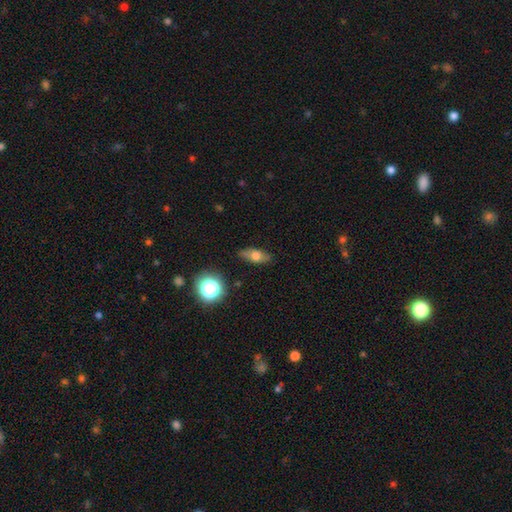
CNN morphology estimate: The model was most divided on "smooth or featured": smooth: 62%, featured or disk: 27%, star or artifact: 11%. More confident: merging — none (82%); how rounded — in between (72%).